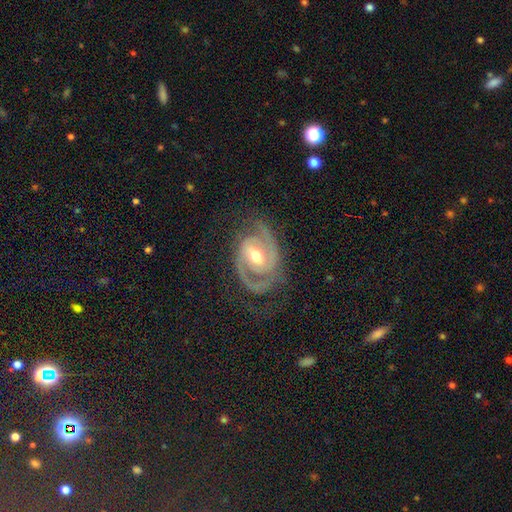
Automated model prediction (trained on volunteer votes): Smooth or featured: featured or disk — 91% (star or artifact — 4%)
Edge-on disk: no — 97% (yes — 3%)
Bar: weak — 47% (no — 28%)
Spiral arms: yes — 98% (no — 2%)
Spiral winding: tight — 49% (medium — 44%)
Spiral arm count: 2 — 88% (3 — 4%)
Bulge size: moderate — 74% (small — 15%)
Merging: none — 72% (minor disturbance — 18%)